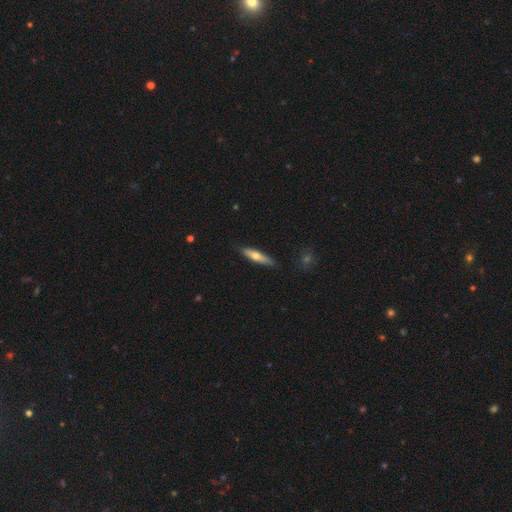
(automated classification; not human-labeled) Smooth or featured?
  - smooth: 56% *
  - featured or disk: 39%
  - star or artifact: 6%
How rounded?
  - cigar-shaped: 78% *
  - in between: 20%
  - round: 2%
Merging?
  - none: 85% *
  - minor disturbance: 12%
  - major disturbance: 2%
  - merger: 1%